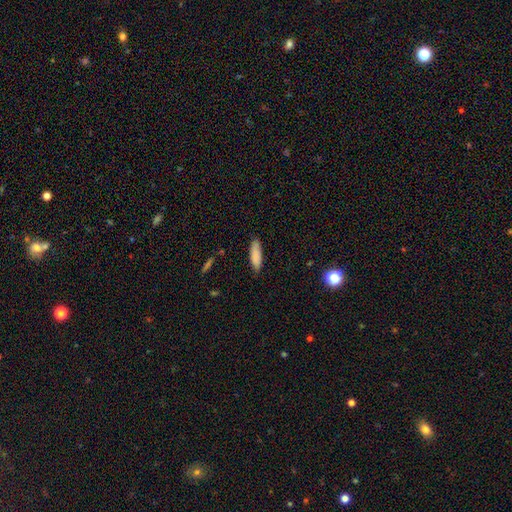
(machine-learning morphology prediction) This appears to be a smooth galaxy with no disk features (85%) that is cigar-shaped (52%). Merging: none (83%).